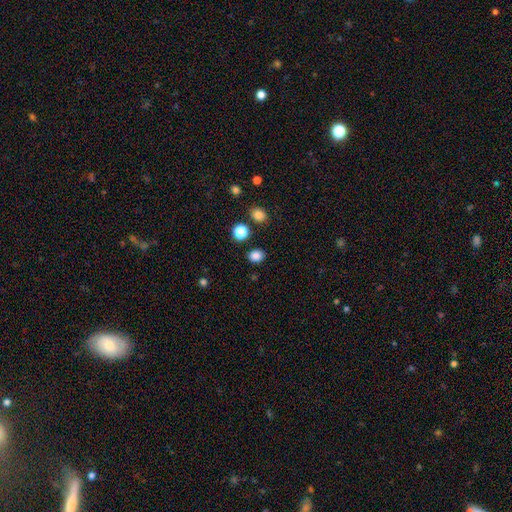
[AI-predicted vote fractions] Smooth or featured? smooth (84%)
How rounded? round (58%)
Merging? none (86%)